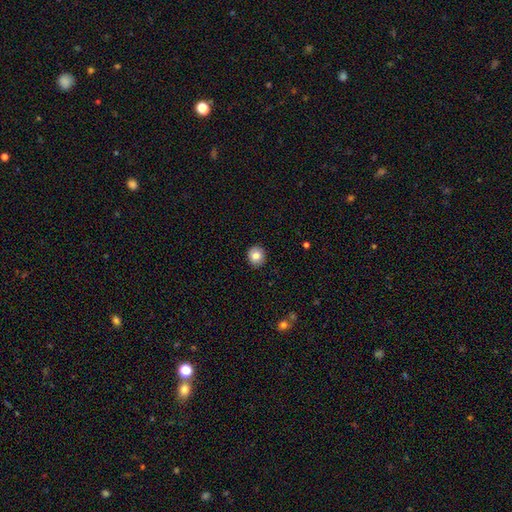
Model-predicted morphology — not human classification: smooth-or-featured: smooth: 83% | star or artifact: 9% | featured or disk: 8%
  how-rounded: round: 87% | in between: 12% | cigar-shaped: 1%
  merging: none: 91% | minor disturbance: 6% | major disturbance: 2% | merger: 1%